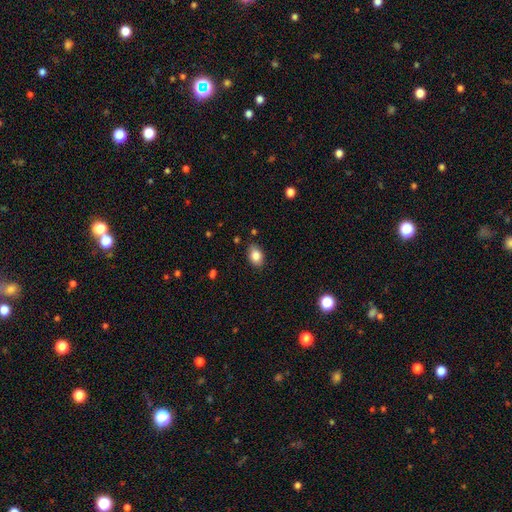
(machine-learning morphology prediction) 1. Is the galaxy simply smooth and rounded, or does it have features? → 85% smooth, 8% star or artifact, 7% featured or disk.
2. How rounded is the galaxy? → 81% in between, 17% round, 1% cigar-shaped.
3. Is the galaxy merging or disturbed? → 84% none, 12% minor disturbance, 3% major disturbance, 1% merger.